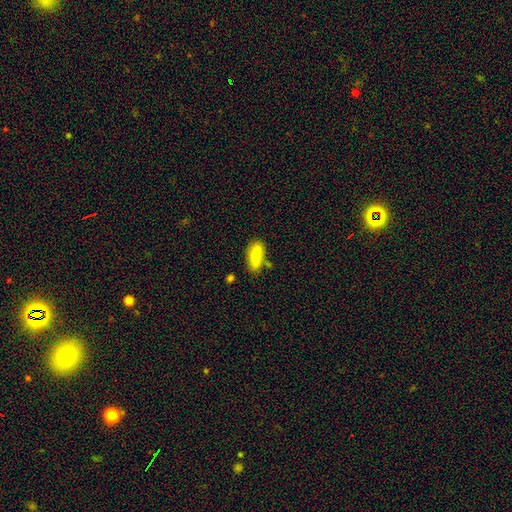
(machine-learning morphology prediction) Smooth or featured? smooth (86%)
How rounded? in between (83%)
Merging? none (69%)